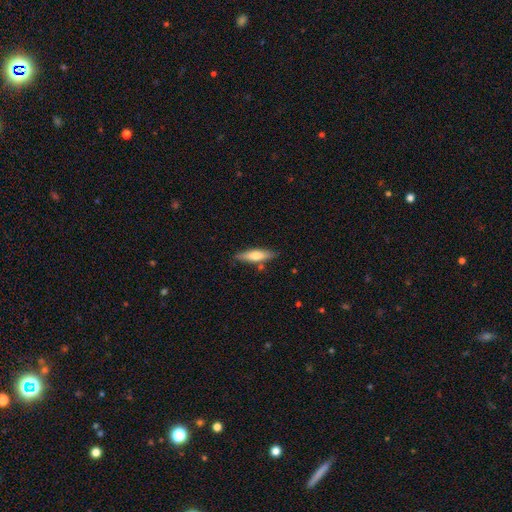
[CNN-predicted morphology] This appears to be a smooth galaxy with no disk features (63%) that is cigar-shaped (66%). Merging: none (80%).